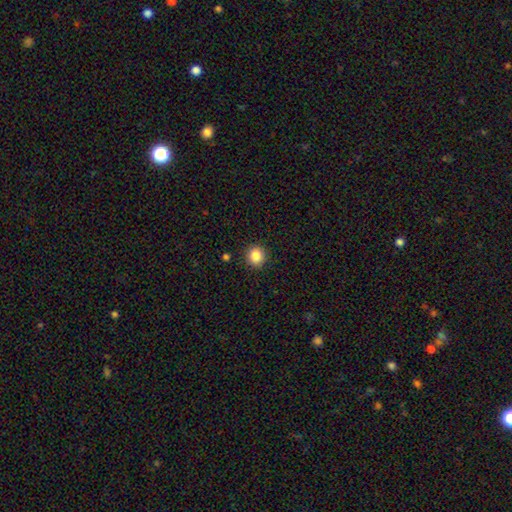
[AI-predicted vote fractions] smooth-or-featured: smooth: 86% | star or artifact: 10% | featured or disk: 4%
  how-rounded: round: 90% | in between: 9% | cigar-shaped: 1%
  merging: none: 91% | minor disturbance: 6% | major disturbance: 2% | merger: 1%